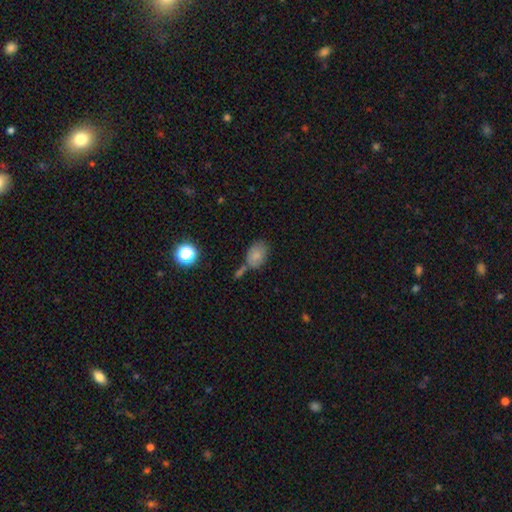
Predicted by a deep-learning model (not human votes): A smooth galaxy with no disk features (79%) that is in between round and cigar-shaped (80%). Merging: none (52%).